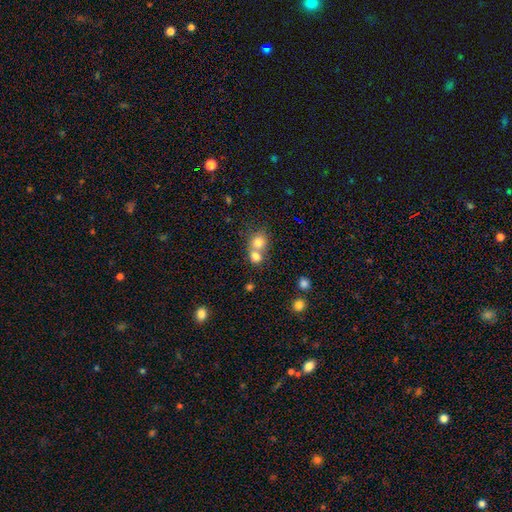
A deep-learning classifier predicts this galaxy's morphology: Smooth or featured: smooth — 77% (featured or disk — 11%)
How rounded: round — 75% (in between — 24%)
Merging: merger — 60% (none — 32%)